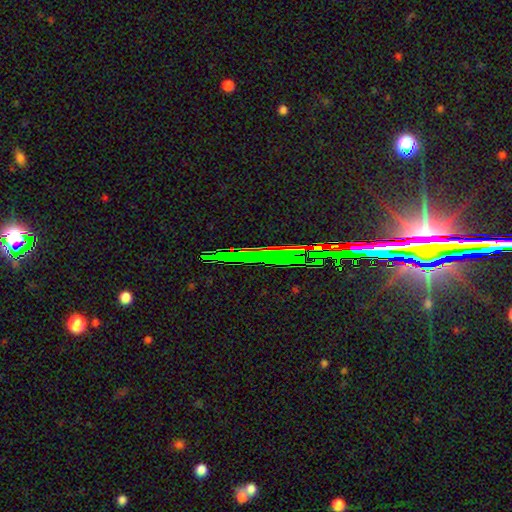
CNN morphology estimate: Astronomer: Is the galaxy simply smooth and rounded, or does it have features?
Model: star or artifact — 76%.